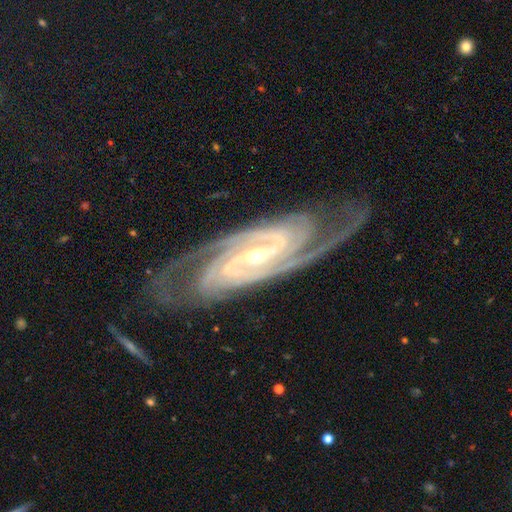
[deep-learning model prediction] Q: Smooth or featured?
A: featured or disk (93%); runner-up: star or artifact (4%)
Q: Edge-on disk?
A: no (95%); runner-up: yes (5%)
Q: Bar?
A: strong (46%); runner-up: weak (33%)
Q: Spiral arms?
A: yes (99%); runner-up: no (1%)
Q: Spiral winding?
A: tight (62%); runner-up: medium (33%)
Q: Spiral arm count?
A: 2 (51%); runner-up: 3 (21%)
Q: Bulge size?
A: small (60%); runner-up: moderate (37%)
Q: Merging?
A: none (78%); runner-up: minor disturbance (15%)